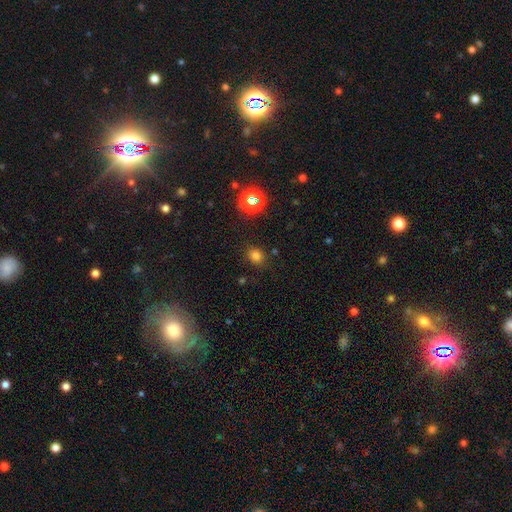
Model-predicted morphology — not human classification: This appears to be a smooth galaxy with no disk features (77%) that is round (68%). Merging: none (84%).